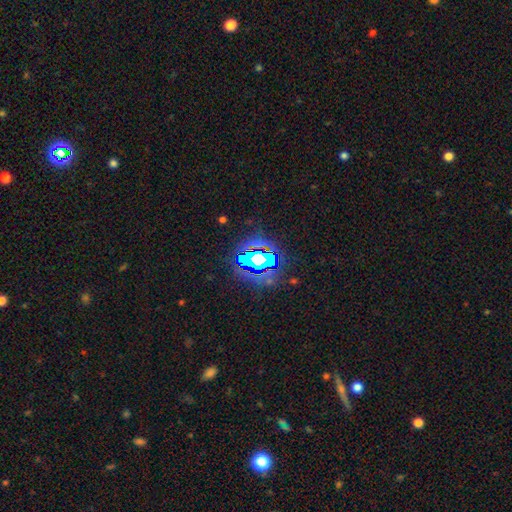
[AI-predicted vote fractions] This is likely a star or artifact rather than a galaxy (72%).